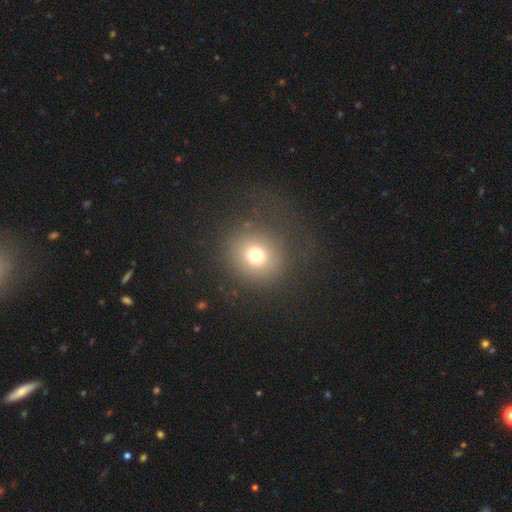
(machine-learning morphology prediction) smooth_or_featured: smooth (p=0.71) [alt: star or artifact p=0.18]
how_rounded: round (p=0.89) [alt: in between p=0.10]
merging: none (p=0.78) [alt: major disturbance p=0.11]